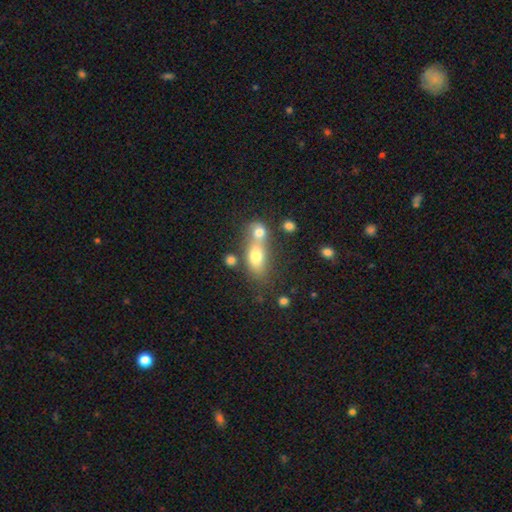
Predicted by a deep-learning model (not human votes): Smooth or featured? smooth (72%)
How rounded? in between (72%)
Merging? merger (58%)